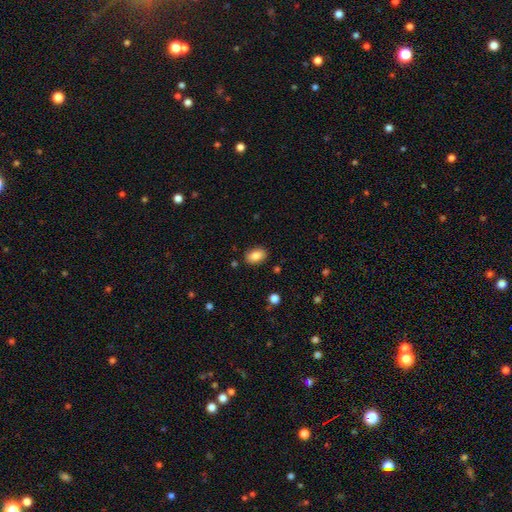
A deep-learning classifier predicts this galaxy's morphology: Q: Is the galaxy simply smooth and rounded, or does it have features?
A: smooth — 85%.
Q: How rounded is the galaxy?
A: in between — 86%.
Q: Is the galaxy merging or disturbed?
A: none — 86%.